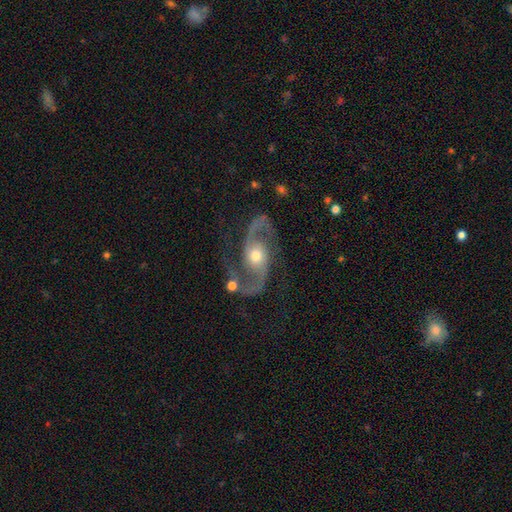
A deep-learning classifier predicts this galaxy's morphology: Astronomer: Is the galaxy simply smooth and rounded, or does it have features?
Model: featured or disk — 92%.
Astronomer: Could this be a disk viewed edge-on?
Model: no — 97%.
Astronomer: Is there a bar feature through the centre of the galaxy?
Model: no — 64%.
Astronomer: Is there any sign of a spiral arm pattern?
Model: yes — 98%.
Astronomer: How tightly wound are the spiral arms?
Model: medium — 51% (runner-up: loose, 39%).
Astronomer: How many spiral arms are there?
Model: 2 — 94%.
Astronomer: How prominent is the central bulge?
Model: moderate — 68%.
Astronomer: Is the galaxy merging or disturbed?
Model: none — 75%.